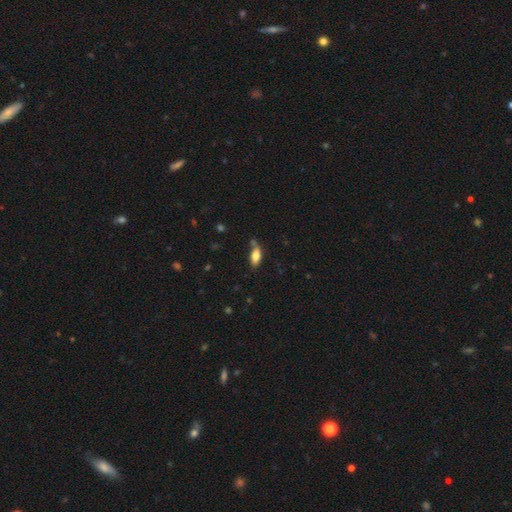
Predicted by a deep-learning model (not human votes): Overall: smooth (78%). How rounded: in between (85%). Merging: none (63%).